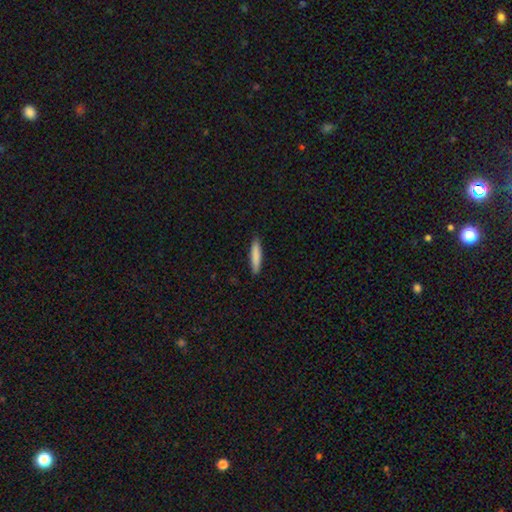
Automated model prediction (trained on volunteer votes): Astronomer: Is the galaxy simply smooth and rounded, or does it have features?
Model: smooth — 85%.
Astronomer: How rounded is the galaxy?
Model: cigar-shaped — 86%.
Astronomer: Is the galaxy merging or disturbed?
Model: none — 90%.